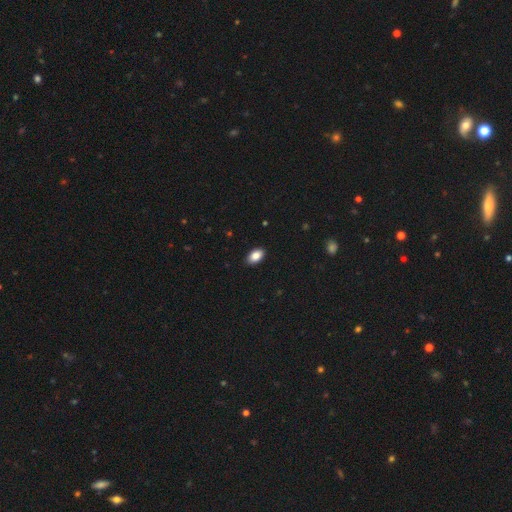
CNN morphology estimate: The model was most divided on "smooth or featured": smooth: 87%, star or artifact: 8%, featured or disk: 6%. More confident: how rounded — in between (93%); merging — none (89%).